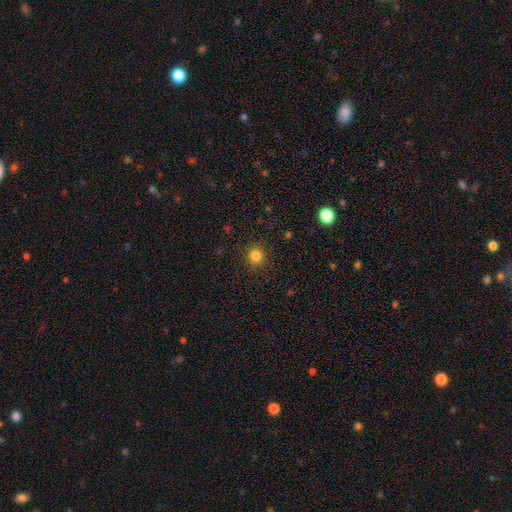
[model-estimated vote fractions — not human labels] Q: Smooth or featured?
A: smooth (83%); runner-up: star or artifact (12%)
Q: How rounded?
A: round (89%); runner-up: in between (10%)
Q: Merging?
A: none (90%); runner-up: minor disturbance (6%)